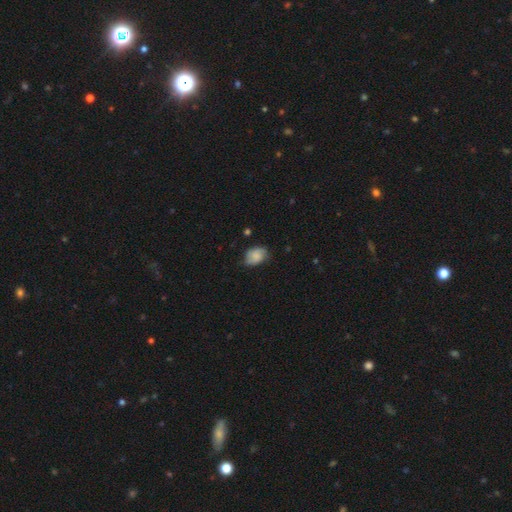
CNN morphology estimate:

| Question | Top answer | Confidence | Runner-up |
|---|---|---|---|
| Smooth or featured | smooth | 70% | featured or disk (22%) |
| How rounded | in between | 75% | round (24%) |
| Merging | none | 61% | minor disturbance (30%) |